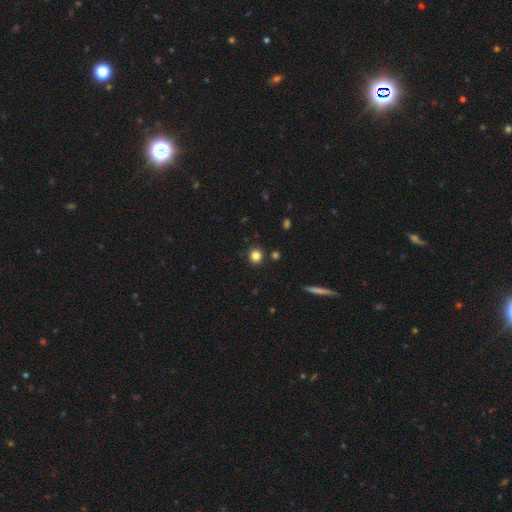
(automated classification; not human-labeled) A smooth galaxy with no disk features (83%) that is round (84%). Merging: none (88%).